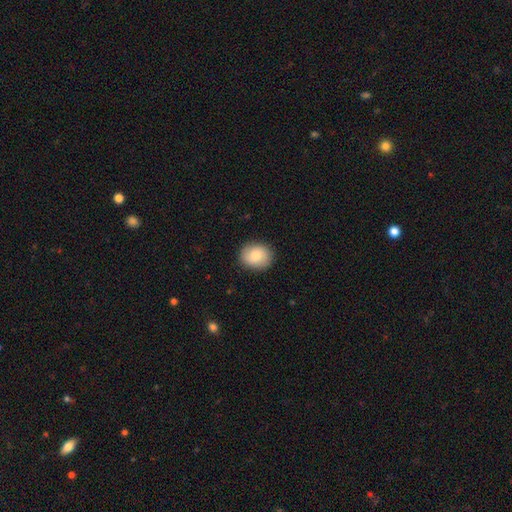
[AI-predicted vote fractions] Q: Smooth or featured?
A: smooth (85%); runner-up: featured or disk (8%)
Q: How rounded?
A: round (55%); runner-up: in between (44%)
Q: Merging?
A: none (88%); runner-up: minor disturbance (8%)